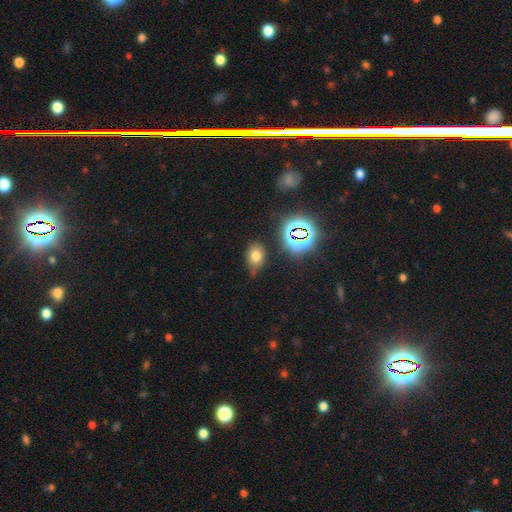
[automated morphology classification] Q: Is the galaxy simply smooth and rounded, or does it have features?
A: smooth — 68%.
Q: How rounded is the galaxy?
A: in between — 75%.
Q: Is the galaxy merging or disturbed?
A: none — 62%.